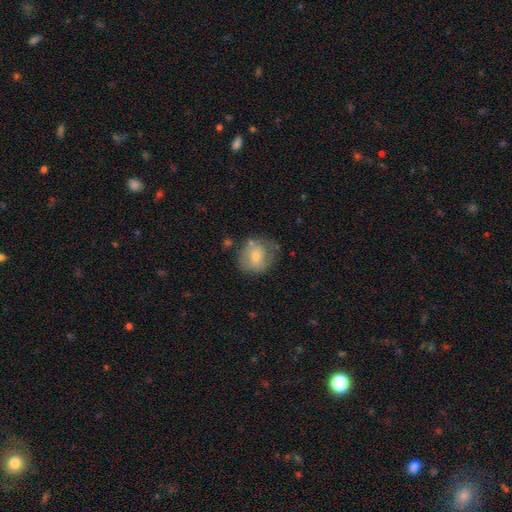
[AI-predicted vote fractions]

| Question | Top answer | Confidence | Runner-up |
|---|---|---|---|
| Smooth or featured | smooth | 63% | featured or disk (29%) |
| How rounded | round | 73% | in between (26%) |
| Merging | none | 57% | minor disturbance (26%) |